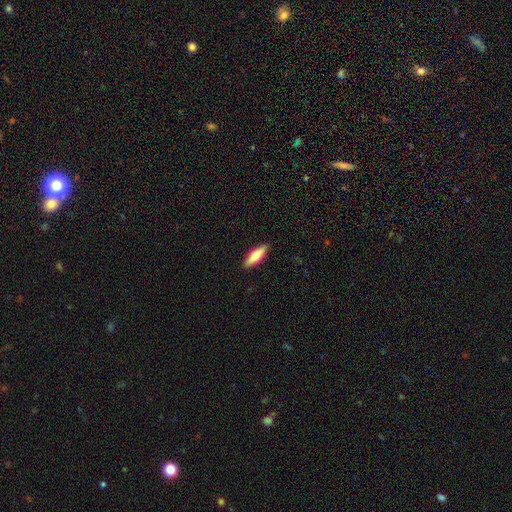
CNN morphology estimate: The model was most divided on "how rounded": cigar-shaped: 57%, in between: 41%, round: 2%. More confident: merging — none (90%); smooth or featured — smooth (61%).